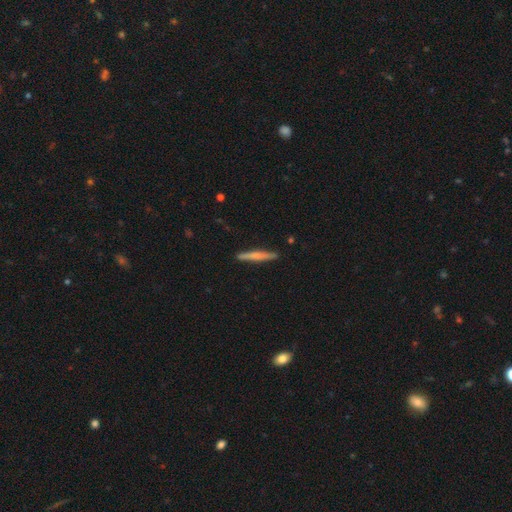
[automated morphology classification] Smooth or featured?
  - smooth: 54% *
  - featured or disk: 40%
  - star or artifact: 6%
How rounded?
  - cigar-shaped: 95% *
  - in between: 3%
  - round: 1%
Merging?
  - none: 89% *
  - minor disturbance: 8%
  - major disturbance: 2%
  - merger: 1%